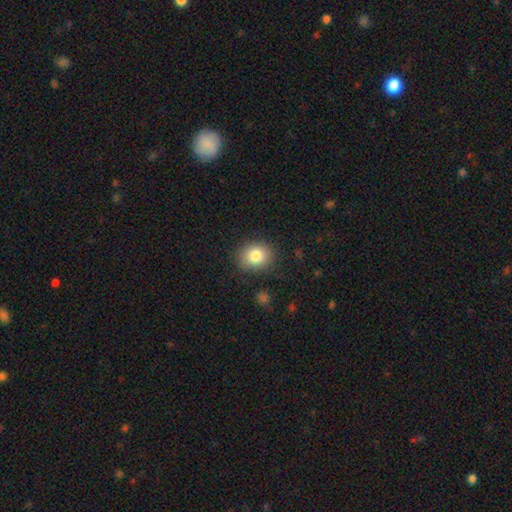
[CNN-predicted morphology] A smooth galaxy with no disk features (83%) that is round (60%). Merging: none (85%).